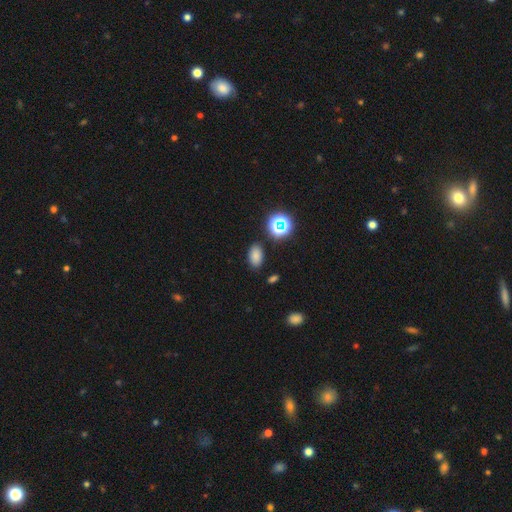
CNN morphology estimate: A smooth galaxy with no disk features (77%) that is in between round and cigar-shaped (88%).

Vote fractions:
- Smooth or featured? smooth: 77% / star or artifact: 17% / featured or disk: 6%
- How rounded? in between: 88% / round: 11% / cigar-shaped: 2%
- Merging? none: 86% / minor disturbance: 9% / major disturbance: 3% / merger: 2%